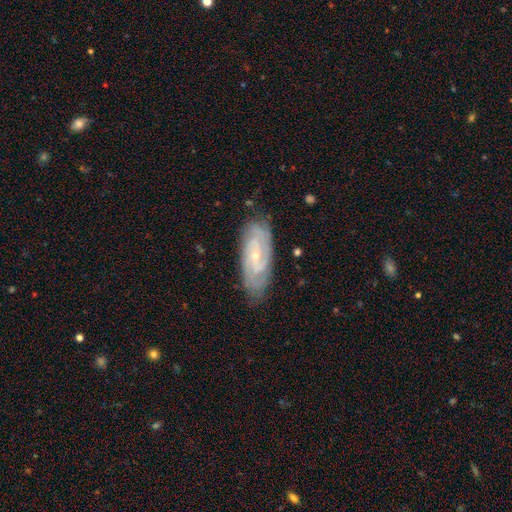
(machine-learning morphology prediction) smooth-or-featured: featured or disk: 81% | smooth: 12% | star or artifact: 6%
  disk-edge-on: no: 92% | yes: 8%
    bar: no: 50% | weak: 39% | strong: 11%
    has-spiral-arms: yes: 96% | no: 4%
      spiral-winding: tight: 62% | medium: 31% | loose: 7%
      spiral-arm-count: 2: 48% | can't tell: 24% | 3: 15% | 4: 7% | 1: 4% | more than 4: 3%
    bulge-size: small: 75% | moderate: 20% | none: 3% | large: 1% | dominant: 1%
  merging: none: 79% | minor disturbance: 17% | major disturbance: 3% | merger: 1%